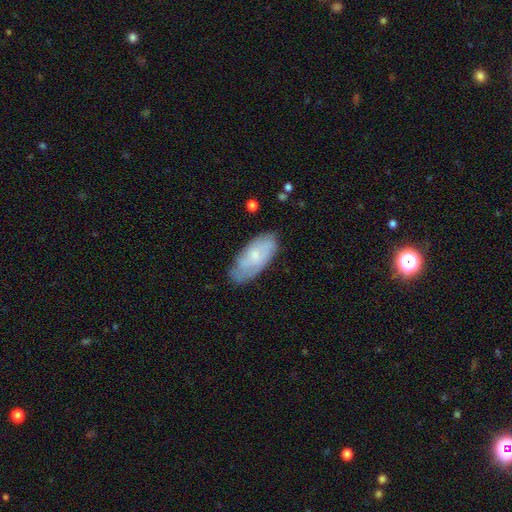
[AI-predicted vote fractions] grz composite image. It shows a smooth galaxy with no disk features (54%) that is in between round and cigar-shaped (87%). Merging: none (70%).